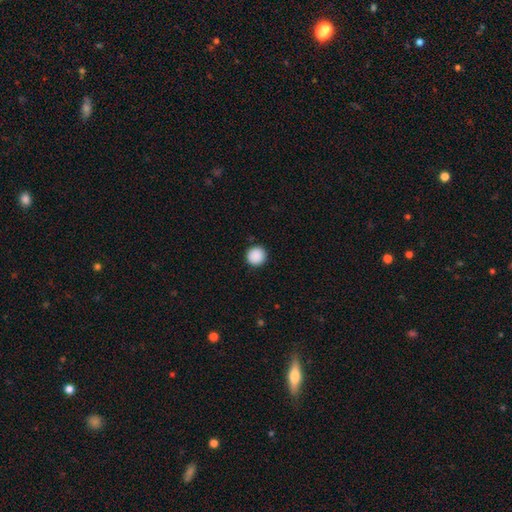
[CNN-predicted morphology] Overall: smooth (90%). How rounded: round (96%). Merging: none (92%).